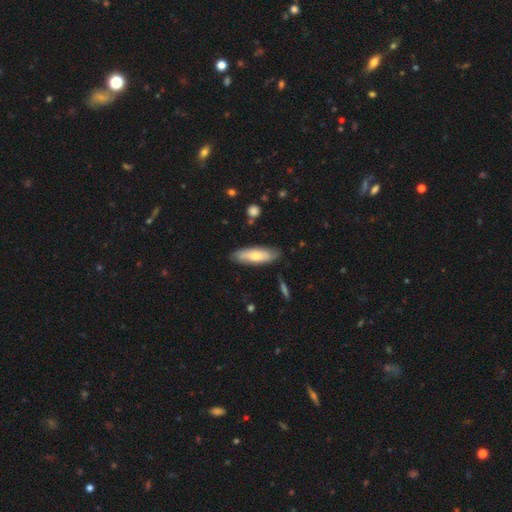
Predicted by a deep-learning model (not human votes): smooth-or-featured: smooth: 65% | featured or disk: 30% | star or artifact: 5%
  how-rounded: in between: 53% | cigar-shaped: 45% | round: 2%
  merging: none: 82% | minor disturbance: 13% | major disturbance: 3% | merger: 2%